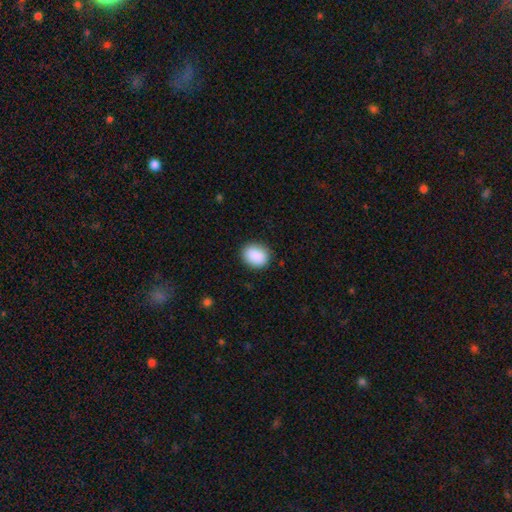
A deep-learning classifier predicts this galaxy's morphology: The model was most divided on "how rounded": in between: 51%, round: 48%, cigar-shaped: 1%. More confident: smooth or featured — smooth (89%); merging — none (86%).